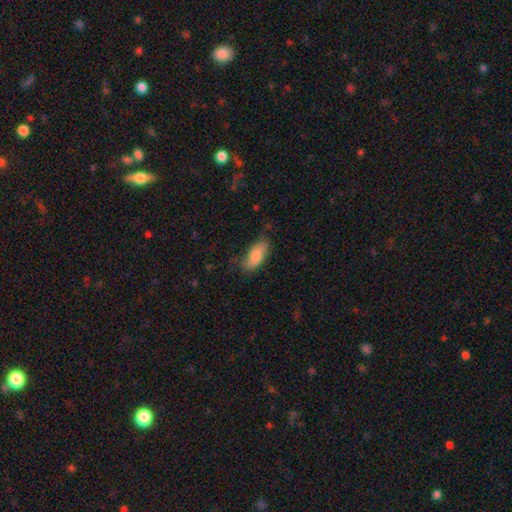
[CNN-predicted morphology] smooth 81%, featured or disk 13%, star or artifact 6%. Down the decision tree: how rounded — in between (83%); merging — none (68%).